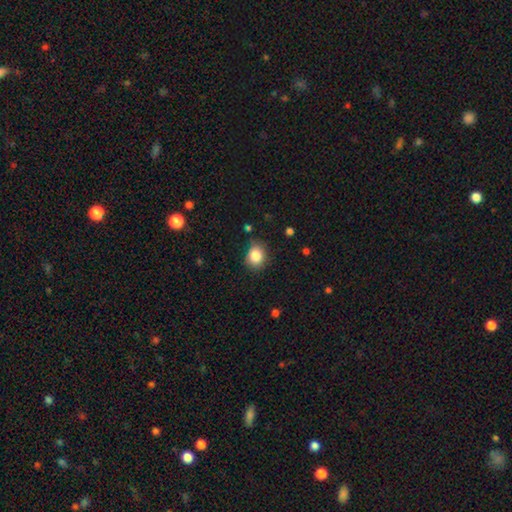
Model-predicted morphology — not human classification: The model was most divided on "how rounded": round: 63%, in between: 36%, cigar-shaped: 1%. More confident: smooth or featured — smooth (84%); merging — none (76%).